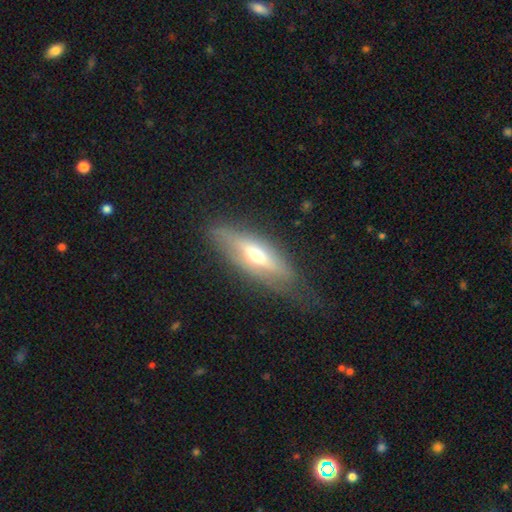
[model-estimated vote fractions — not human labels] Morphology: type=featured or disk (55%); edge-on=yes (70%); merging=none (70%).